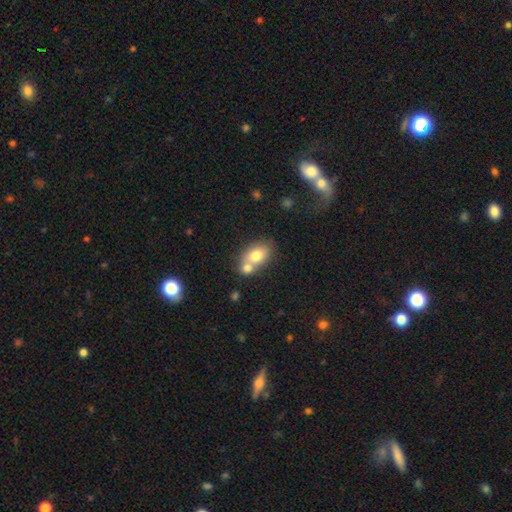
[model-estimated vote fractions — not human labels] smooth 75%, featured or disk 17%, star or artifact 8%. Down the decision tree: how rounded — in between (77%); merging — merger (51%).